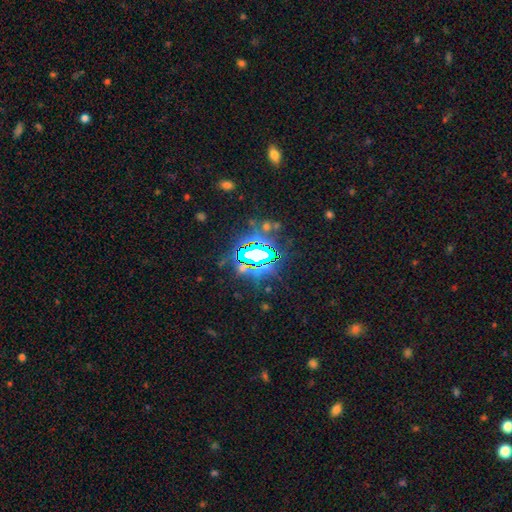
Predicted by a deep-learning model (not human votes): smooth_or_featured: star or artifact (p=0.75) [alt: smooth p=0.13]